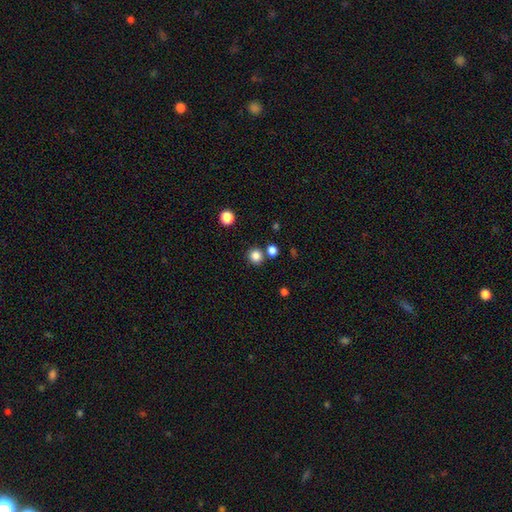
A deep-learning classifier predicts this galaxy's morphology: smooth-or-featured: smooth: 84% | star or artifact: 12% | featured or disk: 4%
  how-rounded: round: 90% | in between: 9% | cigar-shaped: 1%
  merging: none: 79% | merger: 11% | minor disturbance: 7% | major disturbance: 3%